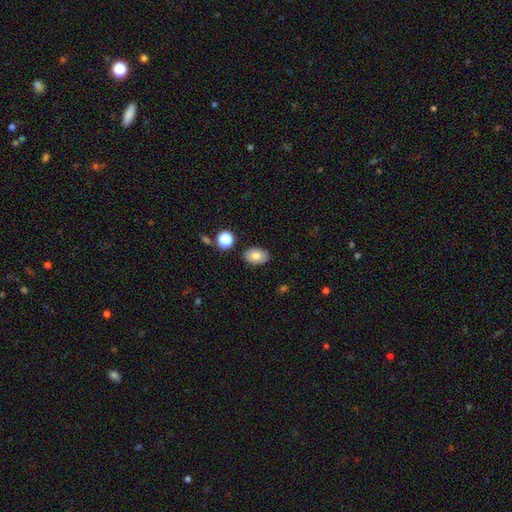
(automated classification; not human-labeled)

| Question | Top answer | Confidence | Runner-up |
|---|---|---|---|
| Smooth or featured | smooth | 77% | featured or disk (15%) |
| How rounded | in between | 84% | round (15%) |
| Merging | none | 85% | minor disturbance (10%) |